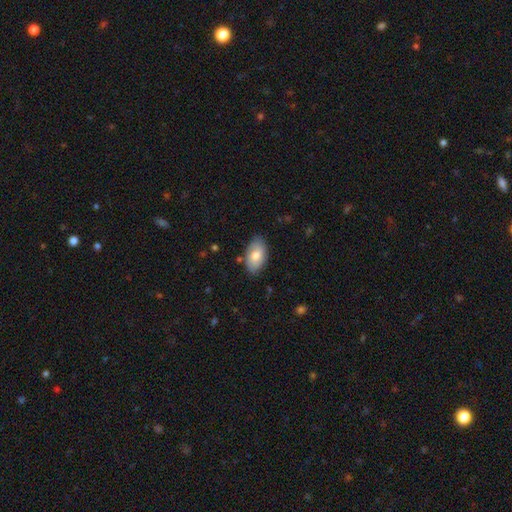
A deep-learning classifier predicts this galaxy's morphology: smooth-or-featured: smooth: 76% | featured or disk: 18% | star or artifact: 6%
  how-rounded: in between: 94% | round: 4% | cigar-shaped: 2%
  merging: none: 81% | minor disturbance: 15% | major disturbance: 3% | merger: 2%